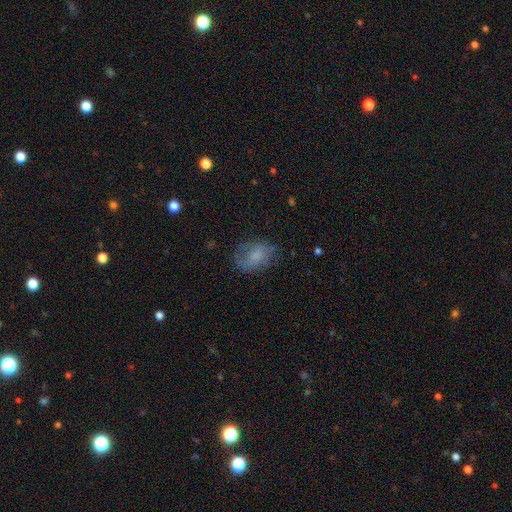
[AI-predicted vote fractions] This is likely a smooth galaxy (61%). How rounded: likely in between (76%). Merging: likely none (63%).